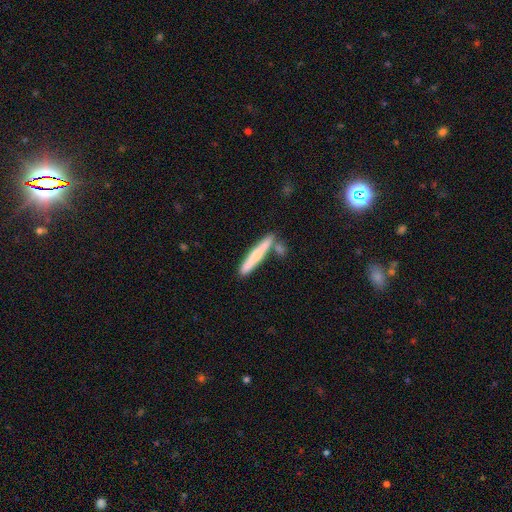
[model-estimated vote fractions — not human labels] A smooth galaxy with no disk features (59%) that is cigar-shaped (95%).

Vote fractions:
- Smooth or featured? smooth: 59% / featured or disk: 35% / star or artifact: 6%
- How rounded? cigar-shaped: 95% / in between: 4% / round: 1%
- Merging? none: 76% / minor disturbance: 11% / merger: 10% / major disturbance: 3%